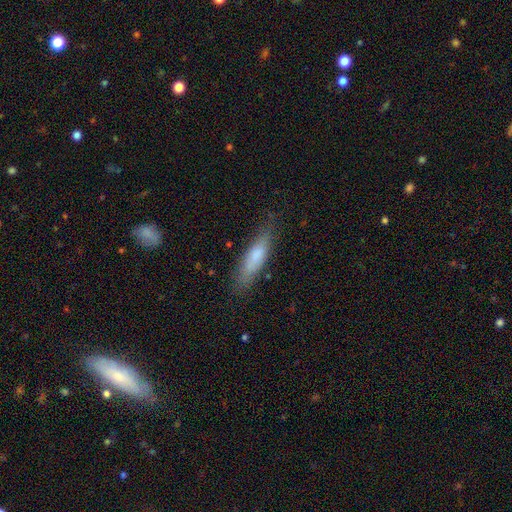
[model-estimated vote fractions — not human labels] Morphology: type=smooth (70%); roundness=cigar-shaped (75%); merging=none (77%).